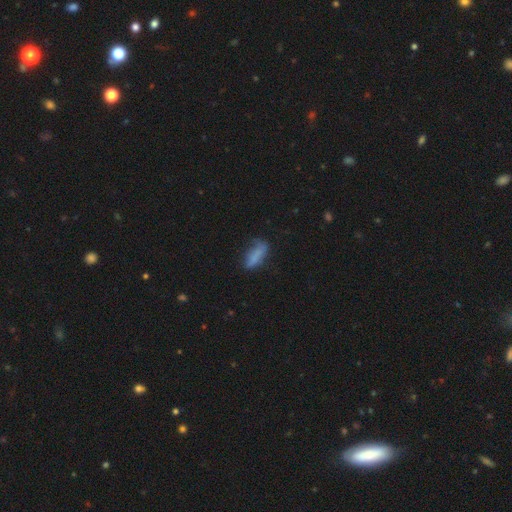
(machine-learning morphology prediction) Q: Smooth or featured?
A: smooth (74%); runner-up: featured or disk (17%)
Q: How rounded?
A: in between (53%); runner-up: cigar-shaped (44%)
Q: Merging?
A: none (51%); runner-up: minor disturbance (32%)